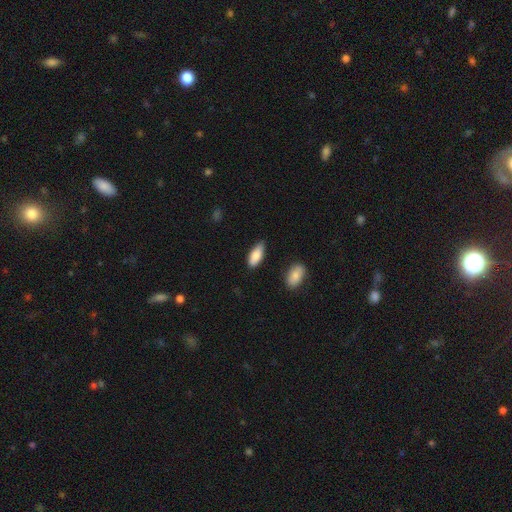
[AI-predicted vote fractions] Q: Smooth or featured?
A: smooth (85%); runner-up: featured or disk (9%)
Q: How rounded?
A: in between (83%); runner-up: cigar-shaped (15%)
Q: Merging?
A: none (74%); runner-up: minor disturbance (21%)